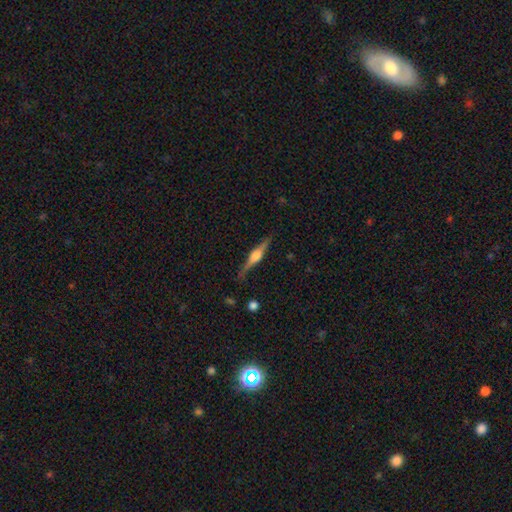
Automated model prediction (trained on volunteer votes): featured or disk 75%, smooth 19%, star or artifact 6%. Down the decision tree: edge-on disk — yes (97%); edge-on bulge — rounded (86%); merging — none (84%).